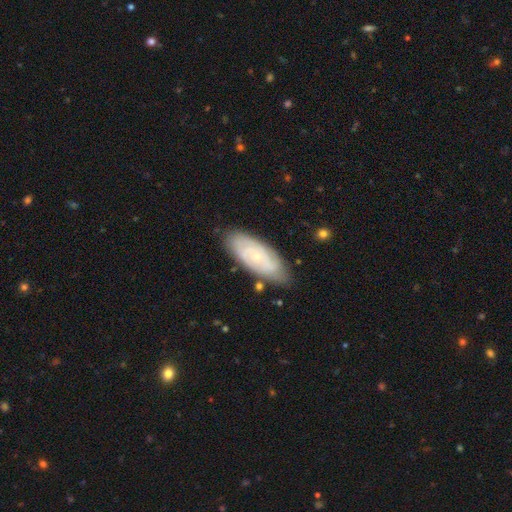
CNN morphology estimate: This is possibly a featured or disk galaxy (57%). It is clearly not viewed edge-on (87%). Merging: likely none (79%).